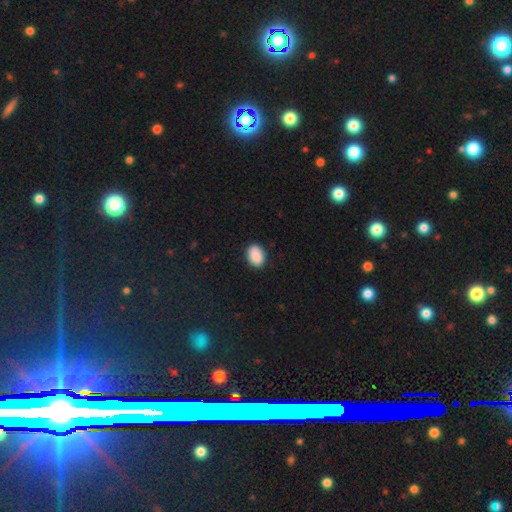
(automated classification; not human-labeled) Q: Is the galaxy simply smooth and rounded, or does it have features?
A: smooth — 90%.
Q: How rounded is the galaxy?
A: in between — 81%.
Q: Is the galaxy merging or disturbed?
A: none — 88%.